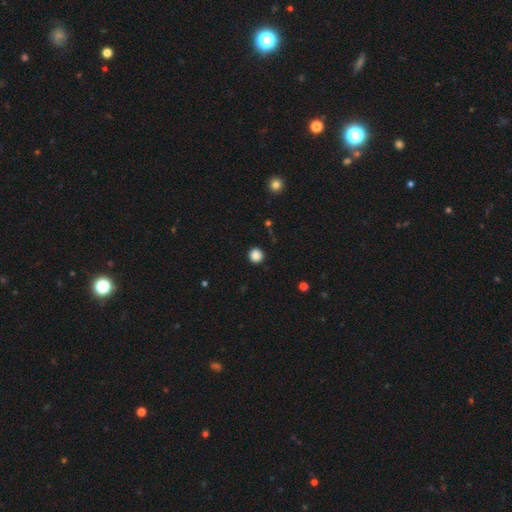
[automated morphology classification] Smooth or featured?
  - smooth: 86% *
  - star or artifact: 10%
  - featured or disk: 4%
How rounded?
  - round: 96% *
  - in between: 3%
  - cigar-shaped: 1%
Merging?
  - none: 93% *
  - minor disturbance: 4%
  - major disturbance: 2%
  - merger: 1%